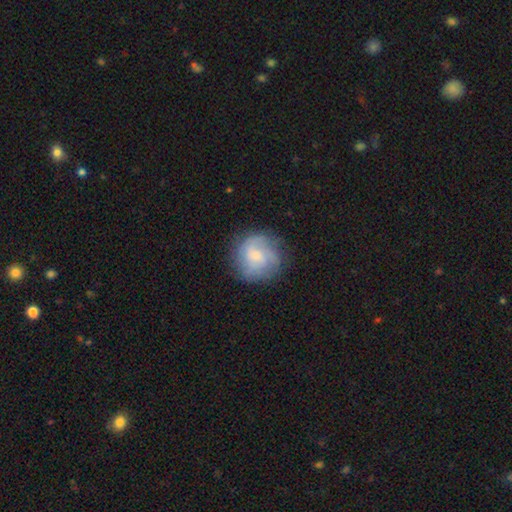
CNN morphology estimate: Overall: featured or disk (54%; smooth 39%). Edge-on disk: no (98%). Bar: no (55%; weak 39%). Spiral arms: yes (83%). Bulge size: small (50%; moderate 31%). Merging: none (73%).